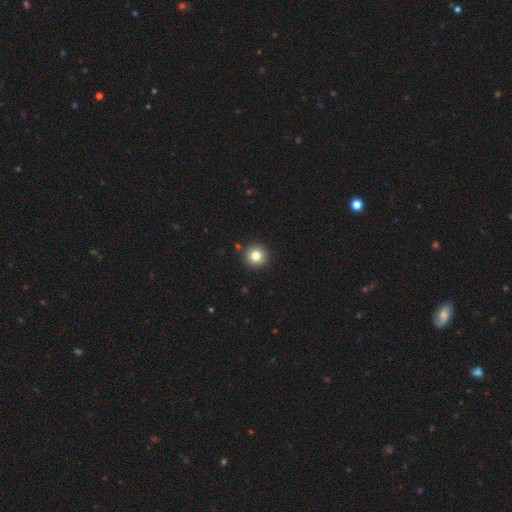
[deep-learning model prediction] Smooth or featured?
  - smooth: 81% *
  - star or artifact: 11%
  - featured or disk: 8%
How rounded?
  - round: 96% *
  - in between: 3%
  - cigar-shaped: 1%
Merging?
  - none: 90% *
  - minor disturbance: 5%
  - merger: 2%
  - major disturbance: 2%